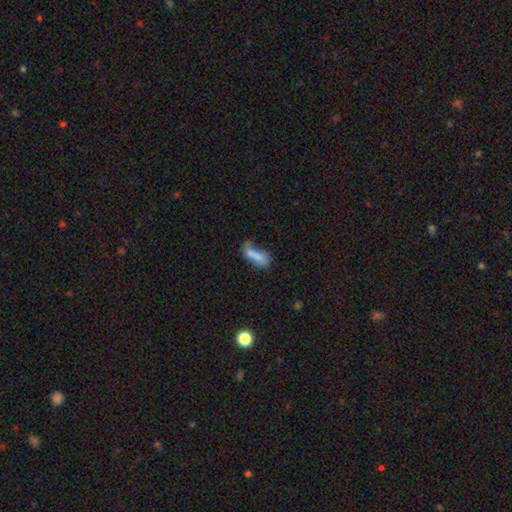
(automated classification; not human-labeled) smooth-or-featured: smooth: 70% | featured or disk: 20% | star or artifact: 10%
  how-rounded: in between: 58% | cigar-shaped: 39% | round: 3%
  merging: none: 31% | merger: 24% | minor disturbance: 24% | major disturbance: 21%